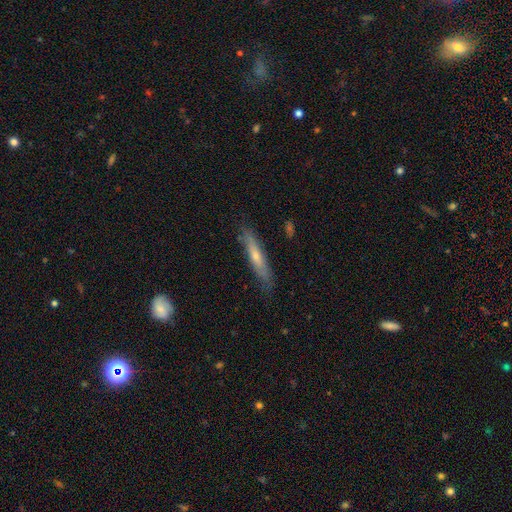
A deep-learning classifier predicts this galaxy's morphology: Smooth or featured? featured or disk (47%, tied with smooth)
Merging? none (80%)